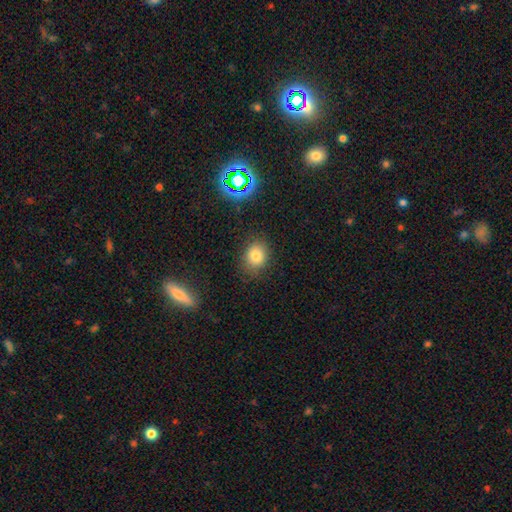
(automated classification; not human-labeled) A smooth galaxy with no disk features (79%) that is round (55%).

Vote fractions:
- Smooth or featured? smooth: 79% / star or artifact: 13% / featured or disk: 8%
- How rounded? round: 55% / in between: 44% / cigar-shaped: 1%
- Merging? none: 82% / minor disturbance: 13% / major disturbance: 4% / merger: 2%